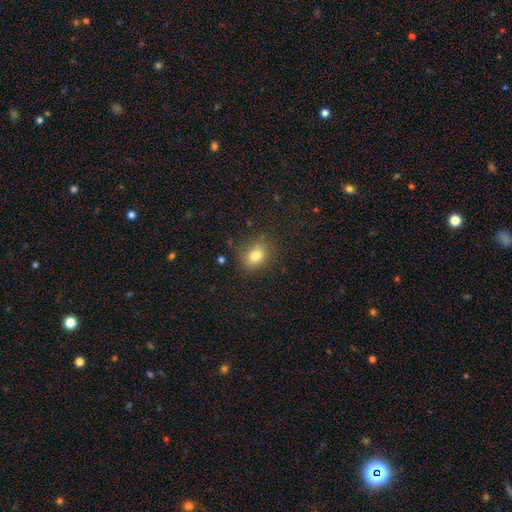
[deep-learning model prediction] Smooth or featured? Predicted: smooth (p=0.80). How rounded? Predicted: round (p=0.51). Merging? Predicted: none (p=0.76).